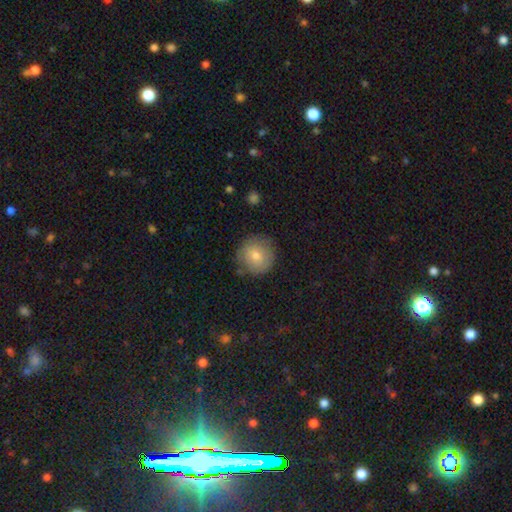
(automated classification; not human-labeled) This appears to be a smooth galaxy with no disk features (76%) that is round (93%). Merging: none (83%).